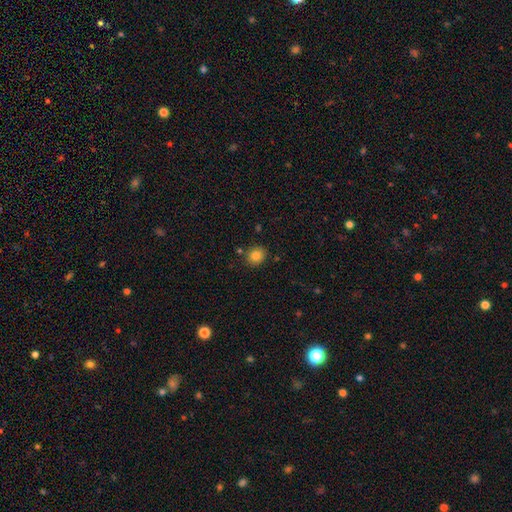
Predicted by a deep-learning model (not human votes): Smooth or featured: smooth — 82% (star or artifact — 11%)
How rounded: round — 77% (in between — 22%)
Merging: none — 83% (minor disturbance — 10%)